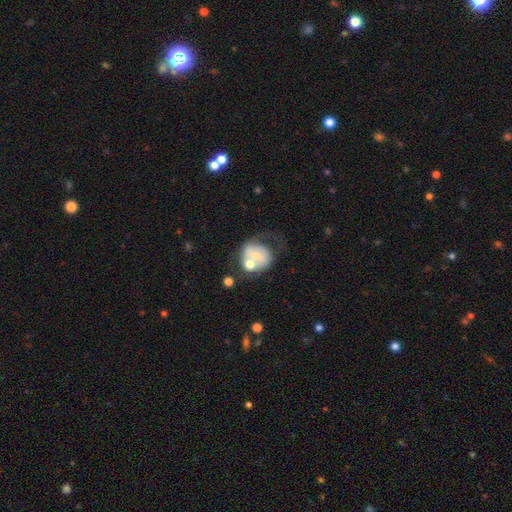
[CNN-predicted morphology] smooth 47%, featured or disk 44%, star or artifact 9%. Down the decision tree: merging — merger (37%).